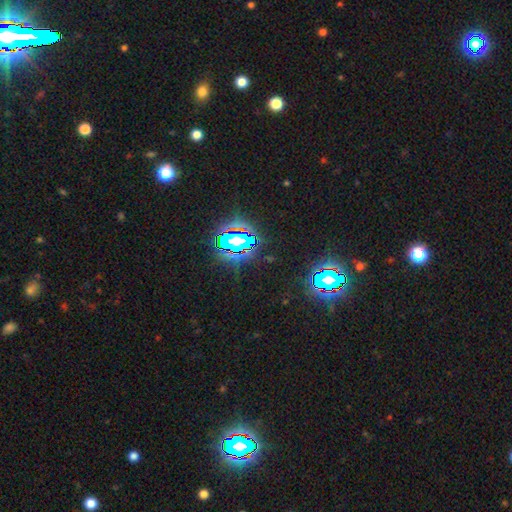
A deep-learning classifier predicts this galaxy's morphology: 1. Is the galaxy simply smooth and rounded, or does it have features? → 82% star or artifact, 11% smooth, 7% featured or disk.